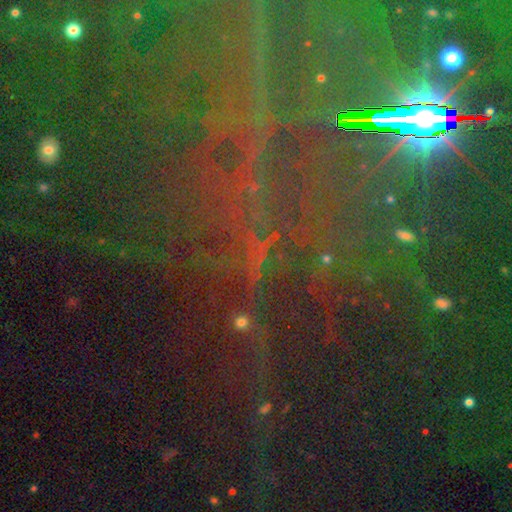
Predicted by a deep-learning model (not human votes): This is clearly a star or artifact rather than a galaxy (82%).